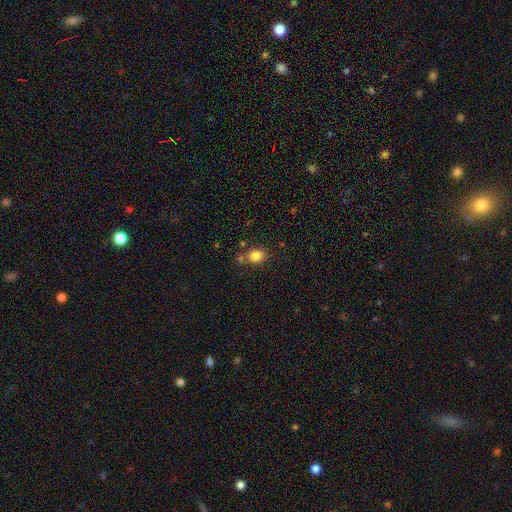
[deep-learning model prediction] This is clearly a smooth galaxy (83%). How rounded: possibly in between (55%). Merging: likely none (69%).